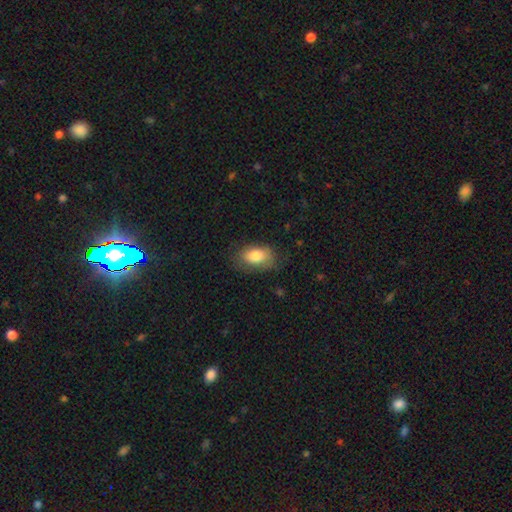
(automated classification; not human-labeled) Morphology: type=smooth (82%); roundness=in between (89%); merging=none (70%).